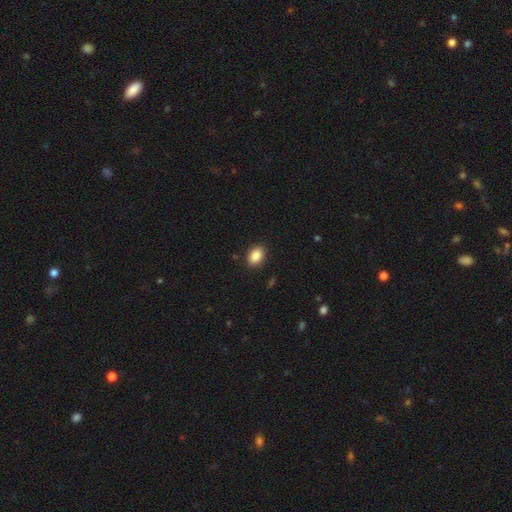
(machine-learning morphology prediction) smooth 88%, star or artifact 8%, featured or disk 4%. Down the decision tree: how rounded — in between (81%); merging — none (89%).